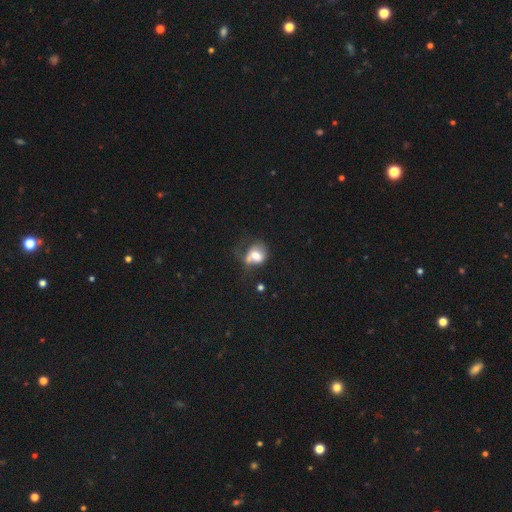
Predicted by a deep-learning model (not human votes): Smooth or featured? Predicted: smooth (p=0.65). How rounded? Predicted: round (p=0.52). Merging? Predicted: merger (p=0.27).